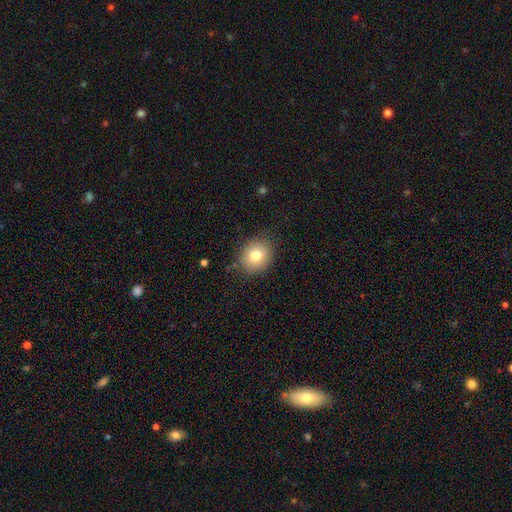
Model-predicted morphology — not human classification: type=smooth (77%); roundness=round (73%); merging=none (85%).